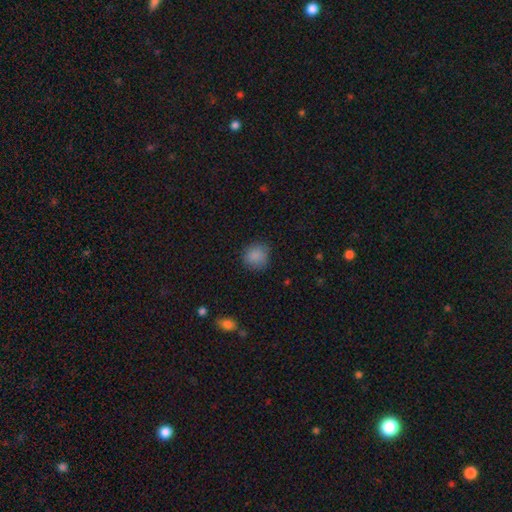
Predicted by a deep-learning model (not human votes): A smooth galaxy with no disk features (87%) that is round (88%).

Vote fractions:
- Smooth or featured? smooth: 87% / star or artifact: 9% / featured or disk: 4%
- How rounded? round: 88% / in between: 11% / cigar-shaped: 1%
- Merging? none: 83% / minor disturbance: 12% / major disturbance: 3% / merger: 1%